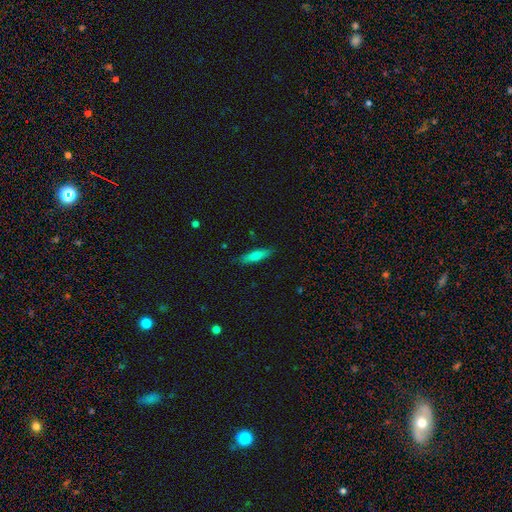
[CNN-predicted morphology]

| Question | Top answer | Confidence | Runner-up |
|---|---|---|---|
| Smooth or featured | smooth | 71% | featured or disk (22%) |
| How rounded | cigar-shaped | 72% | in between (26%) |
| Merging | none | 85% | minor disturbance (11%) |